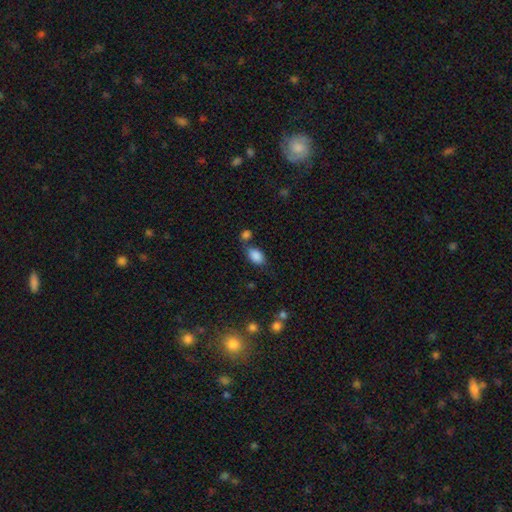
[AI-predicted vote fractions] This is clearly a smooth galaxy (86%). How rounded: clearly in between (88%). Merging: possibly none (58%).